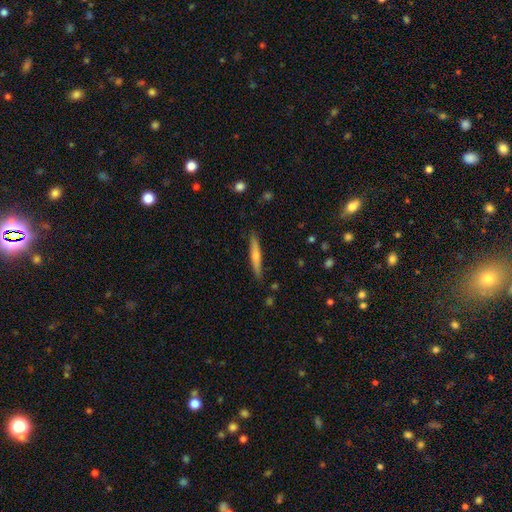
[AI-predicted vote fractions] smooth 56%, featured or disk 38%, star or artifact 6%. Down the decision tree: how rounded — cigar-shaped (92%); merging — none (87%).